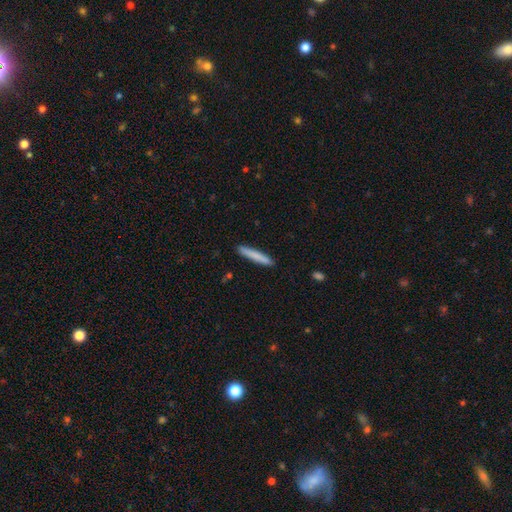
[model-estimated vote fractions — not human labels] smooth 80%, featured or disk 14%, star or artifact 6%. Down the decision tree: how rounded — cigar-shaped (95%); merging — none (90%).